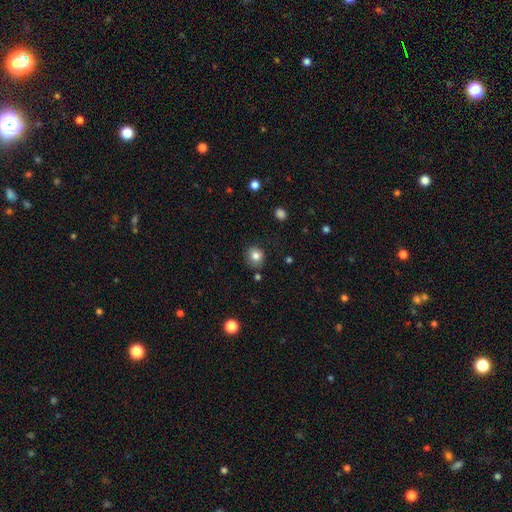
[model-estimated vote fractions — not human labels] Morphology: type=smooth (81%); roundness=round (79%); merging=none (81%).